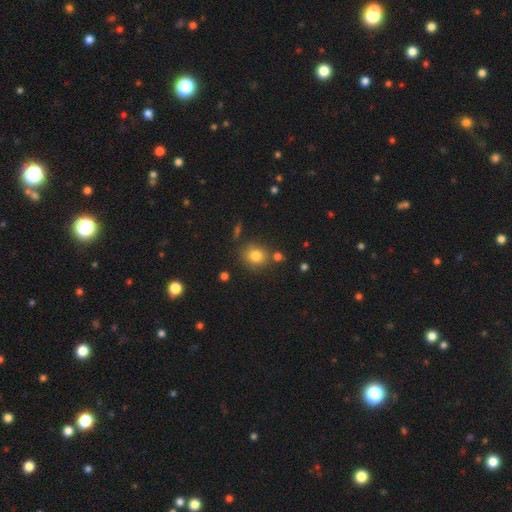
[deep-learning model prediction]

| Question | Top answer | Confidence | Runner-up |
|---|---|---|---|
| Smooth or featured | smooth | 81% | star or artifact (12%) |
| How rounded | round | 75% | in between (24%) |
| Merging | none | 76% | minor disturbance (12%) |